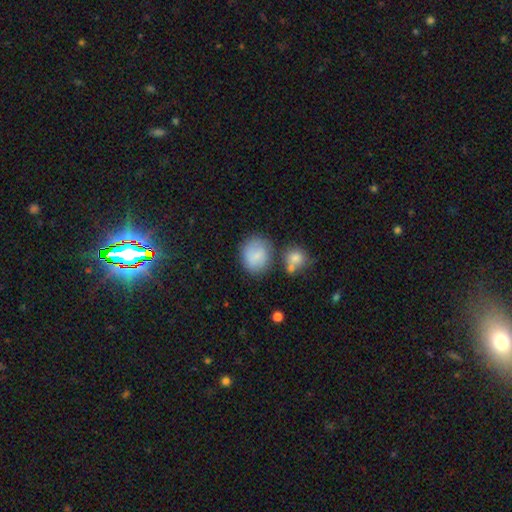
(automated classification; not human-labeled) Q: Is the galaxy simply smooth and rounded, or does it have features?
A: smooth — 79%.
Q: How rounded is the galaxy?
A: round — 75%.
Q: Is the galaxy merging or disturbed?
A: none — 66%.